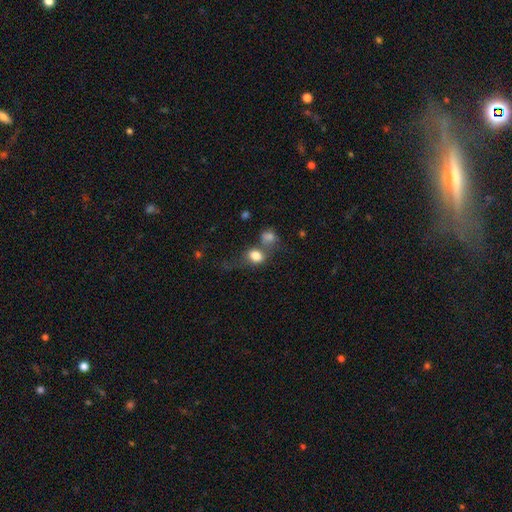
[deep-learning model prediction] Q: Smooth or featured?
A: smooth (80%); runner-up: star or artifact (10%)
Q: How rounded?
A: in between (52%); runner-up: round (46%)
Q: Merging?
A: merger (39%); runner-up: none (34%)